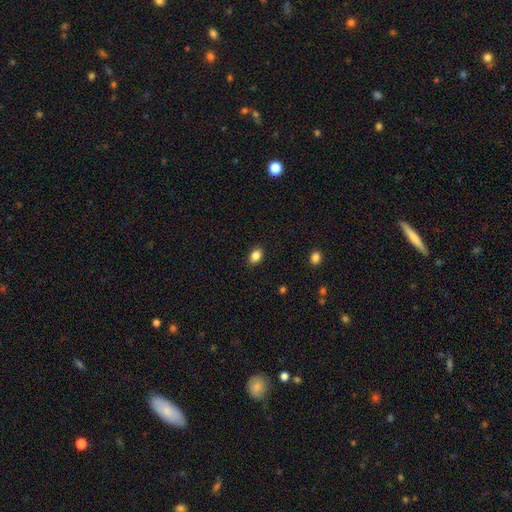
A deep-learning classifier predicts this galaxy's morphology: type=smooth (86%); roundness=in between (78%); merging=none (88%).